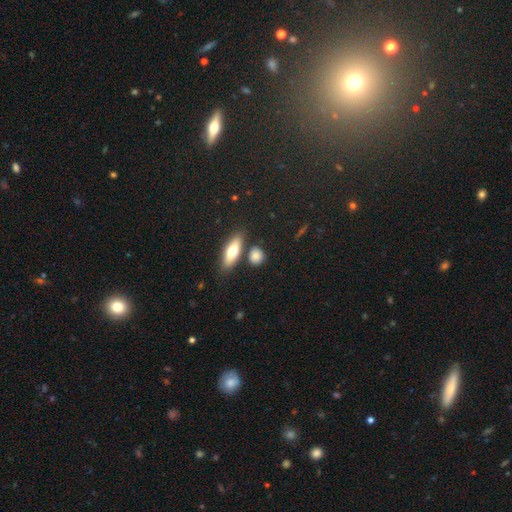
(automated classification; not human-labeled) A smooth galaxy with no disk features (80%) that is round (49%).

Vote fractions:
- Smooth or featured? smooth: 80% / featured or disk: 12% / star or artifact: 8%
- How rounded? round: 49% / in between: 39% / cigar-shaped: 12%
- Merging? none: 76% / minor disturbance: 11% / merger: 10% / major disturbance: 3%